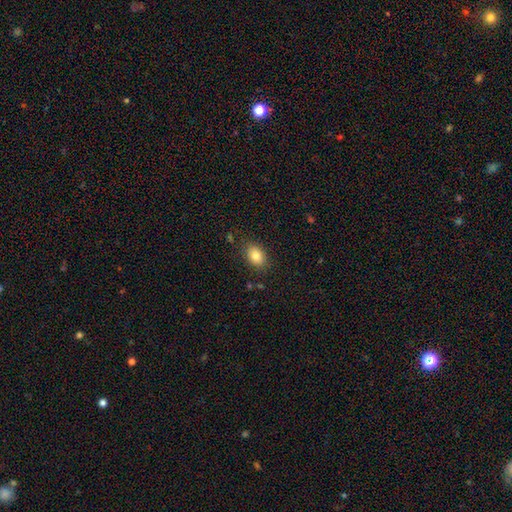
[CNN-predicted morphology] smooth_or_featured: smooth (p=0.82) [alt: star or artifact p=0.09]
how_rounded: in between (p=0.77) [alt: round p=0.22]
merging: none (p=0.85) [alt: minor disturbance p=0.11]